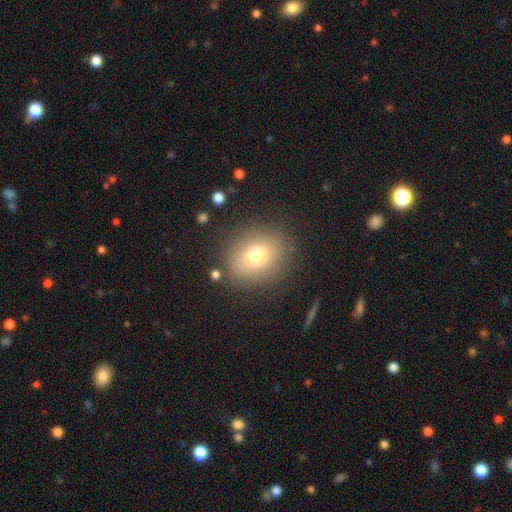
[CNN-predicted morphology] smooth_or_featured: smooth (p=0.72) [alt: featured or disk p=0.16]
how_rounded: round (p=0.61) [alt: in between p=0.37]
merging: none (p=0.83) [alt: minor disturbance p=0.10]